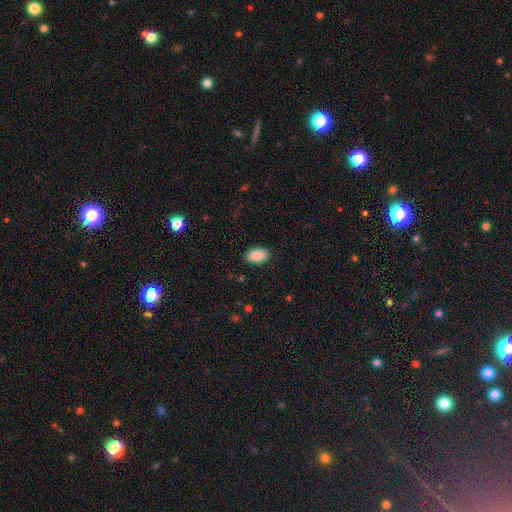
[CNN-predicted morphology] A smooth galaxy with no disk features (88%) that is in between round and cigar-shaped (92%). Merging: none (89%).